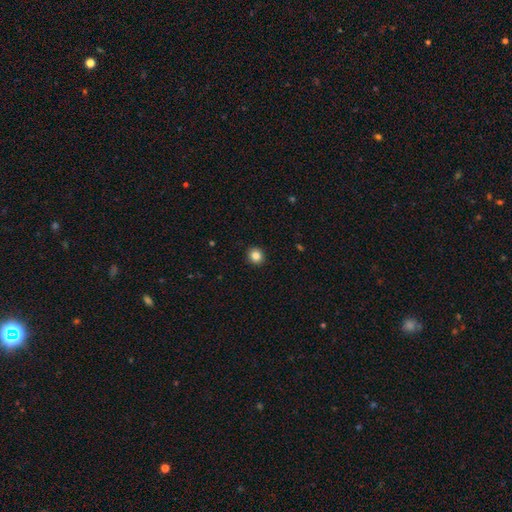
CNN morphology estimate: A smooth galaxy with no disk features (85%) that is round (87%).

Vote fractions:
- Smooth or featured? smooth: 85% / star or artifact: 11% / featured or disk: 5%
- How rounded? round: 87% / in between: 12% / cigar-shaped: 1%
- Merging? none: 92% / minor disturbance: 5% / major disturbance: 2% / merger: 1%